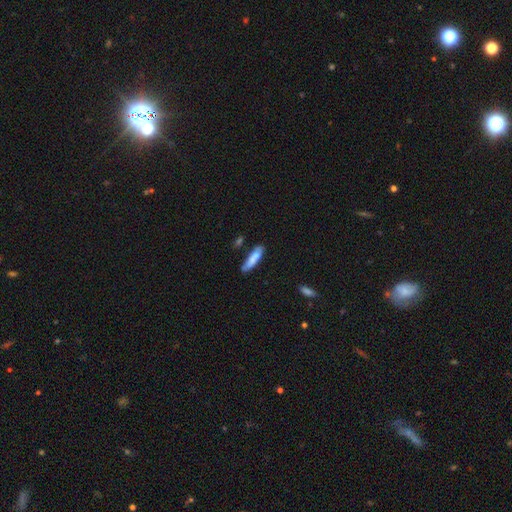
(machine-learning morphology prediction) This appears to be a smooth galaxy with no disk features (68%) that is cigar-shaped (82%). Merging: none (74%).